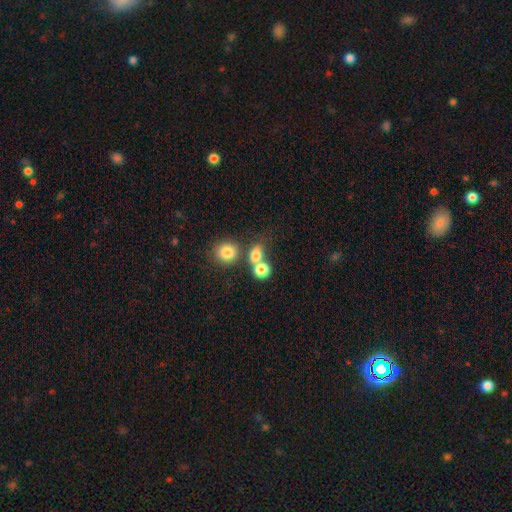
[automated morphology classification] smooth 77%, star or artifact 14%, featured or disk 9%. Down the decision tree: how rounded — round (67%); merging — none (50%).